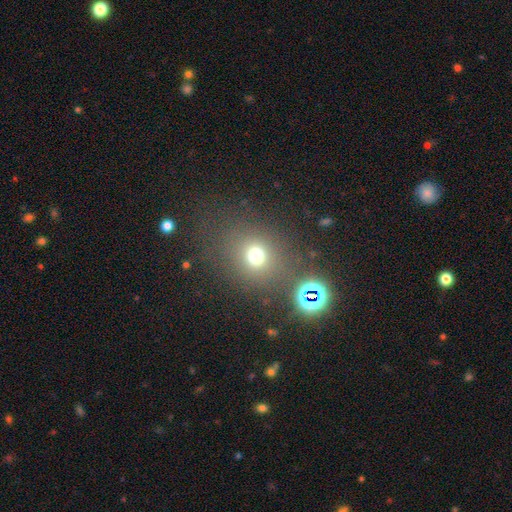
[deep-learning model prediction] The model was most divided on "smooth or featured": smooth: 71%, star or artifact: 21%, featured or disk: 8%. More confident: how rounded — round (81%); merging — none (75%).